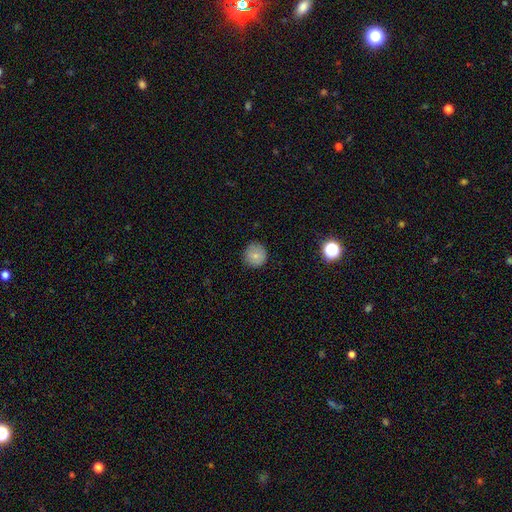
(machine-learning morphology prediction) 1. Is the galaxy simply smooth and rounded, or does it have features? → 78% smooth, 12% featured or disk, 10% star or artifact.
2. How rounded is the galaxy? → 95% round, 4% in between, 1% cigar-shaped.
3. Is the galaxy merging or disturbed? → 88% none, 9% minor disturbance, 2% major disturbance, 1% merger.